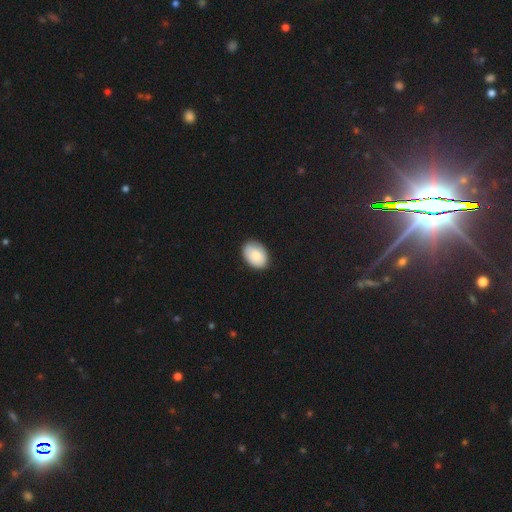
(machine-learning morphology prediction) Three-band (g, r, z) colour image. It shows a smooth galaxy with no disk features (87%) that is in between round and cigar-shaped (83%). Merging: none (86%).